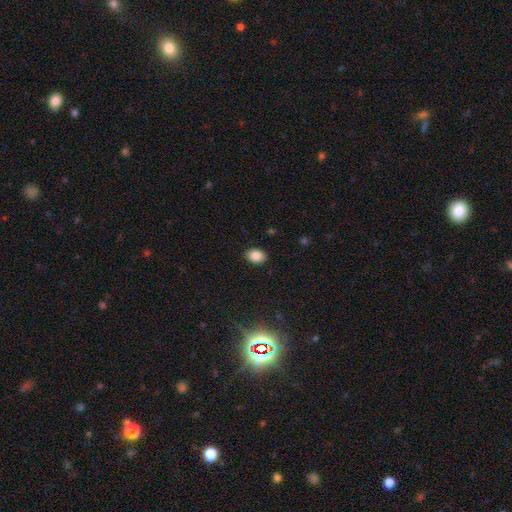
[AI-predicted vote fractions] The model was most divided on "how rounded": in between: 78%, round: 21%, cigar-shaped: 1%. More confident: merging — none (89%); smooth or featured — smooth (85%).